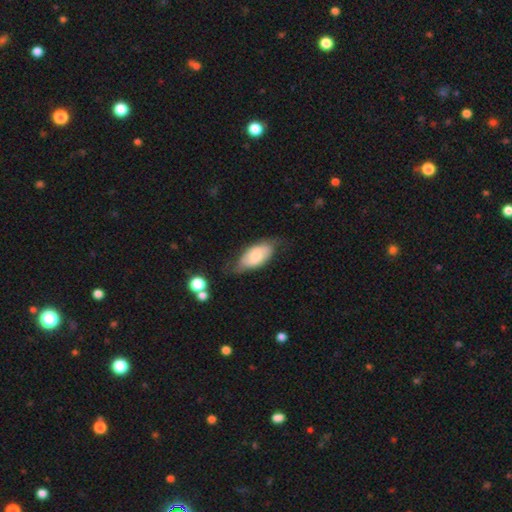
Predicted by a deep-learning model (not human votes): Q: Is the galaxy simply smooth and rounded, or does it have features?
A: smooth — 64%.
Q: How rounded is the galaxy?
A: in between — 91%.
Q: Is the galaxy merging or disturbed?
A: none — 58%.